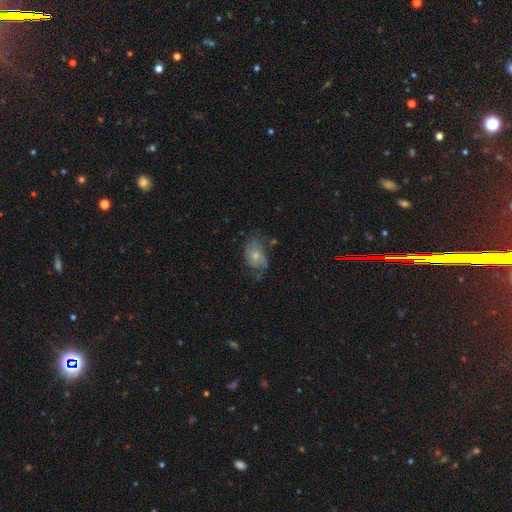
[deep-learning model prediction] The model was most divided on "smooth or featured": smooth: 52%, featured or disk: 39%, star or artifact: 9%. Remaining: how rounded — in between (79%); merging — none (46%).